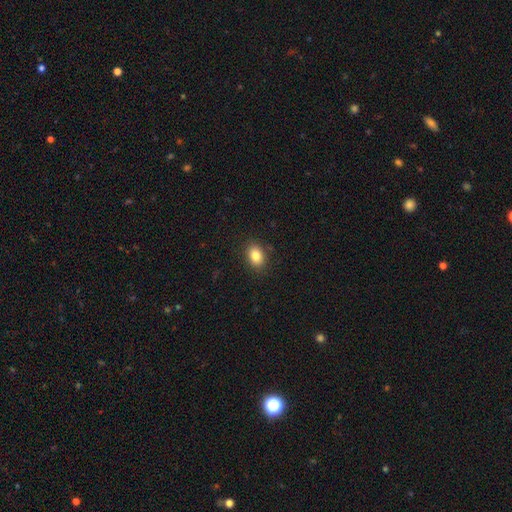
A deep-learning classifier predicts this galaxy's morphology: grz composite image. It shows a smooth galaxy with no disk features (84%) that is in between round and cigar-shaped (74%). Merging: none (88%).